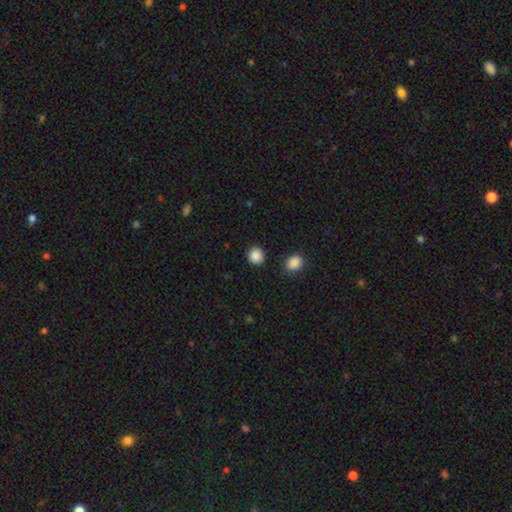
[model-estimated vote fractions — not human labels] This is clearly a smooth galaxy (88%). How rounded: clearly round (89%). Merging: clearly none (88%).